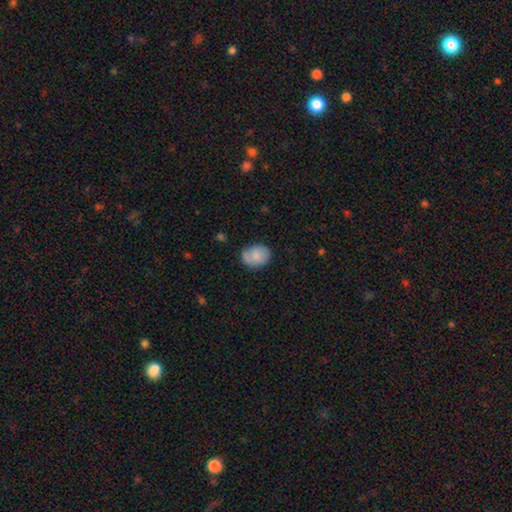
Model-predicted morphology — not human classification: type=smooth (80%); roundness=round (53%); merging=none (65%).